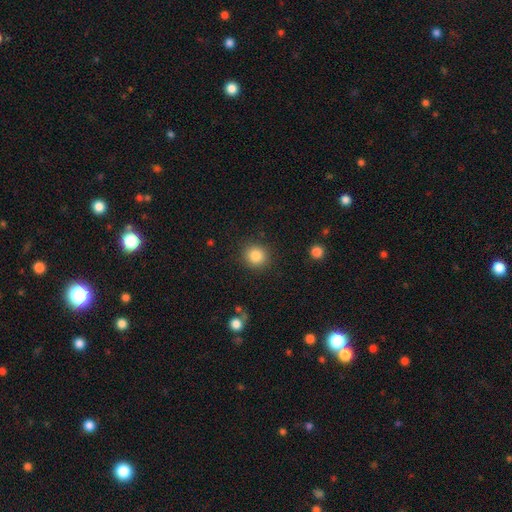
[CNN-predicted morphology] A smooth galaxy with no disk features (85%) that is round (89%). Merging: none (89%).